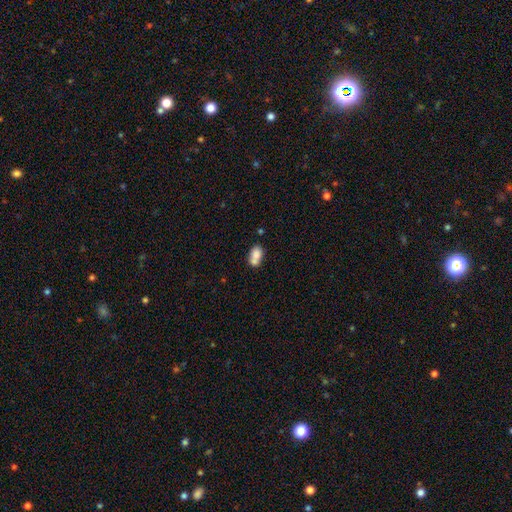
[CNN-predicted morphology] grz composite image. It shows a smooth galaxy with no disk features (76%) that is in between round and cigar-shaped (80%). Merging: merger (49%).